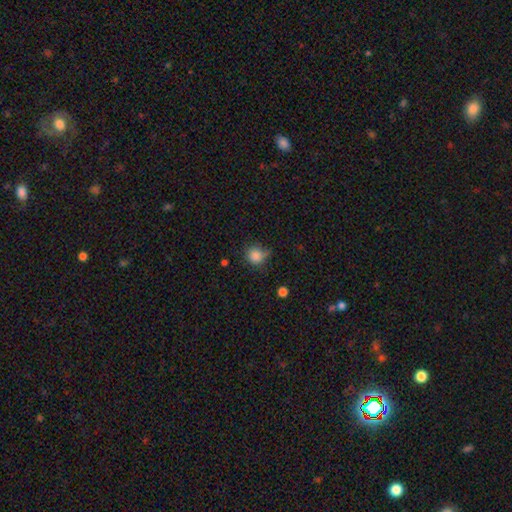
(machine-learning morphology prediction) smooth_or_featured: smooth (p=0.83) [alt: star or artifact p=0.11]
how_rounded: round (p=0.86) [alt: in between p=0.13]
merging: none (p=0.60) [alt: minor disturbance p=0.28]